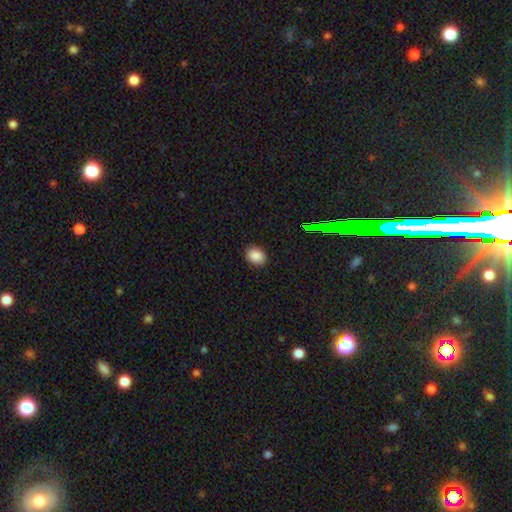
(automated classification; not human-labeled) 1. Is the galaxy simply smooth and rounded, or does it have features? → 86% smooth, 10% star or artifact, 4% featured or disk.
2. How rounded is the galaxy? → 56% in between, 43% round, 1% cigar-shaped.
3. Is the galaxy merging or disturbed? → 88% none, 9% minor disturbance, 2% major disturbance, 1% merger.